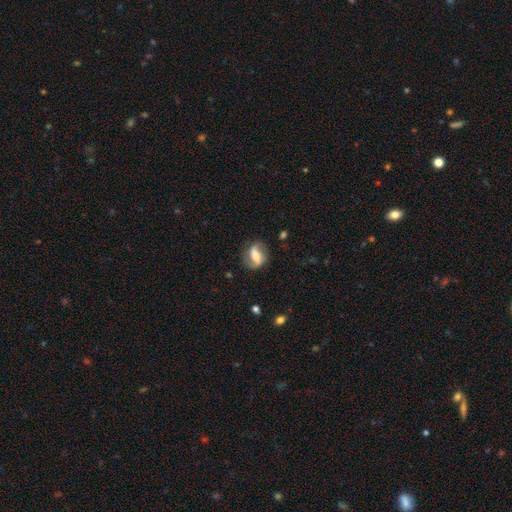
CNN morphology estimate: A featured or disk galaxy (62%) with a strong bar (46%), spiral arms (83%) and a moderate central bulge (44%). Merging: none (74%).